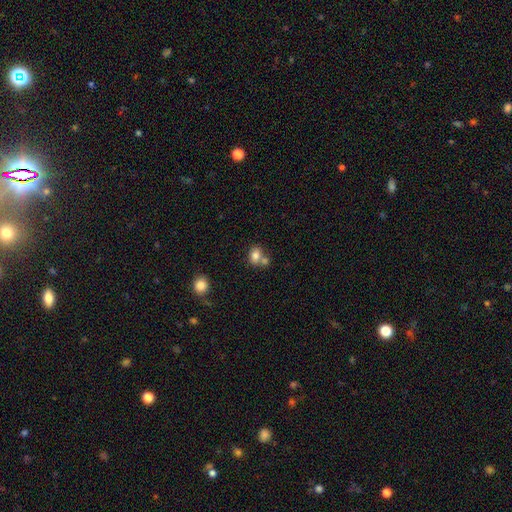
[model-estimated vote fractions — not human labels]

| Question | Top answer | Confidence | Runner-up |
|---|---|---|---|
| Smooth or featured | smooth | 79% | featured or disk (11%) |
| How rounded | in between | 50% | round (49%) |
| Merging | none | 45% | merger (41%) |